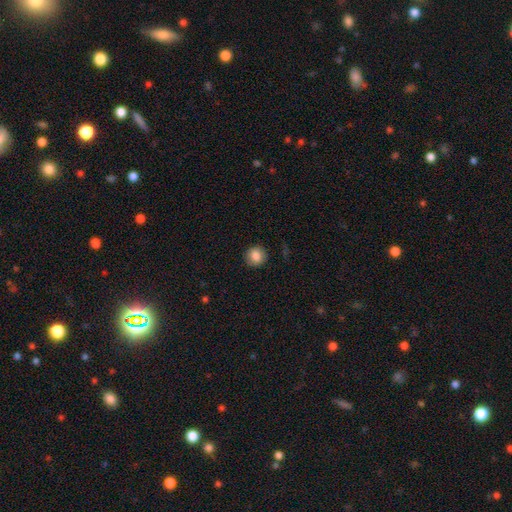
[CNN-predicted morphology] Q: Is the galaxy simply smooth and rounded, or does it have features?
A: smooth — 85%.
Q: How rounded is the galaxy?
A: round — 86%.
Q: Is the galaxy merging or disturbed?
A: none — 89%.